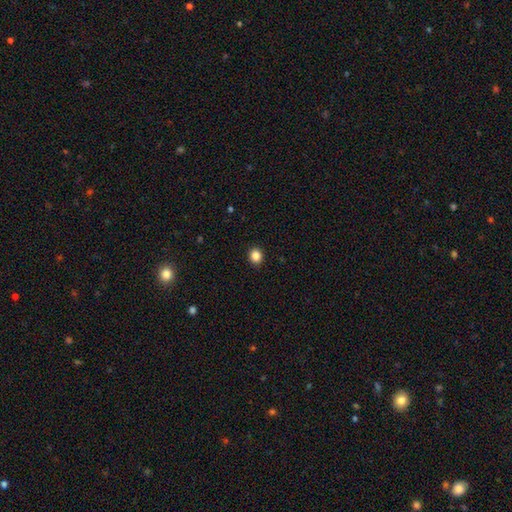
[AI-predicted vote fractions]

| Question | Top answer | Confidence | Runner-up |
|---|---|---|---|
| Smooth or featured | smooth | 86% | star or artifact (11%) |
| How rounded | round | 75% | in between (24%) |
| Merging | none | 92% | minor disturbance (5%) |